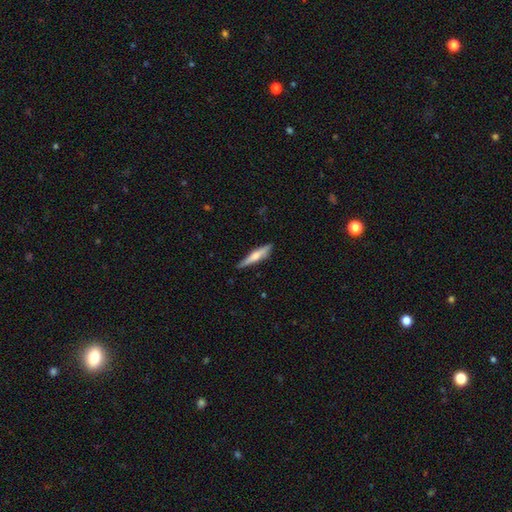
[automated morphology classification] The model was most divided on "smooth or featured": smooth: 51%, featured or disk: 44%, star or artifact: 6%. More confident: how rounded — cigar-shaped (88%); merging — none (84%).